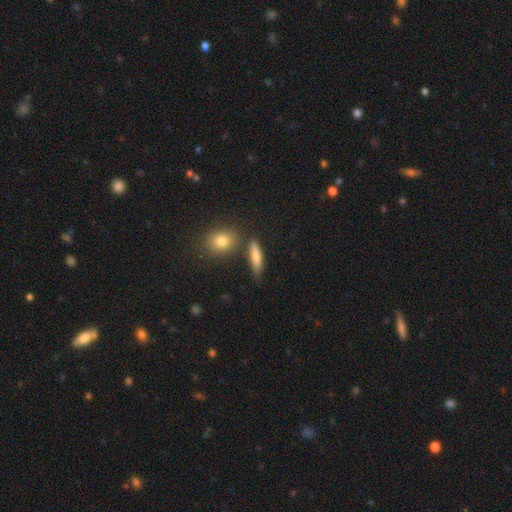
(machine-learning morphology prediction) Overall: smooth (76%). How rounded: cigar-shaped (65%; in between 26%). Merging: none (77%).